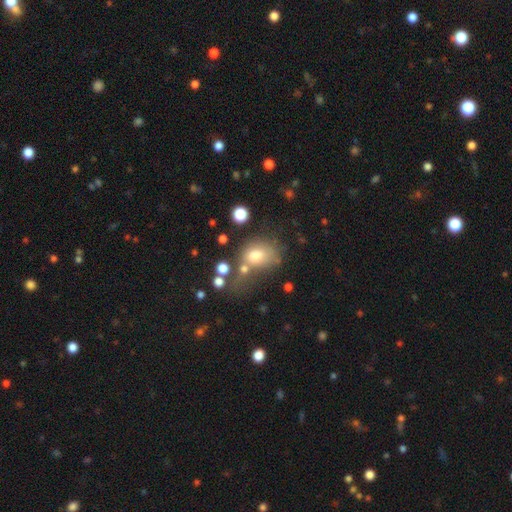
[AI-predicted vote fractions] Smooth or featured? Predicted: smooth (p=0.72). How rounded? Predicted: in between (p=0.61). Merging? Predicted: none (p=0.34).